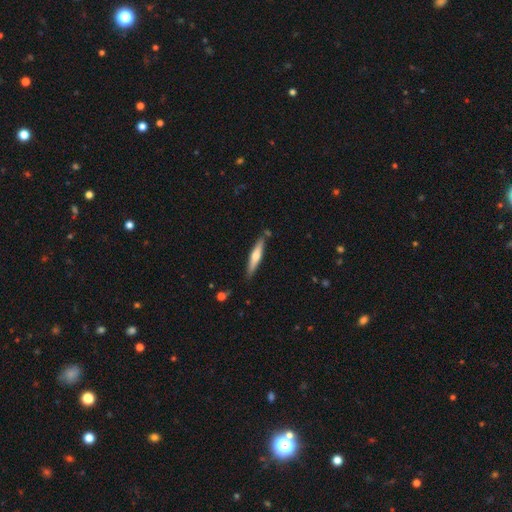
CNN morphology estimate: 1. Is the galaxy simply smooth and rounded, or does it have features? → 49% smooth, 46% featured or disk, 5% star or artifact.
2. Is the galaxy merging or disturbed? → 83% none, 11% minor disturbance, 4% merger, 2% major disturbance.